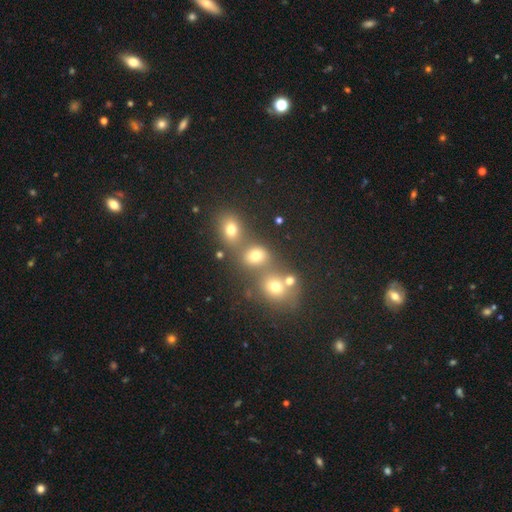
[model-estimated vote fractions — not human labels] Smooth or featured?
  - smooth: 70% *
  - star or artifact: 20%
  - featured or disk: 10%
How rounded?
  - round: 60% *
  - in between: 38%
  - cigar-shaped: 2%
Merging?
  - none: 55% *
  - merger: 31%
  - minor disturbance: 9%
  - major disturbance: 5%